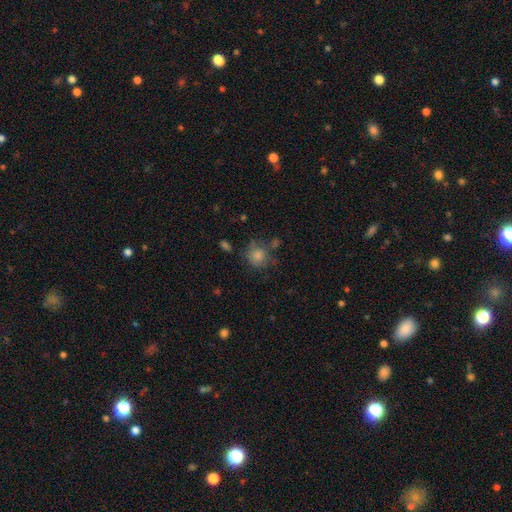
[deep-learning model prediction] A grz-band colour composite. It shows a smooth galaxy with no disk features (63%) that is round (87%). Merging: none (69%).